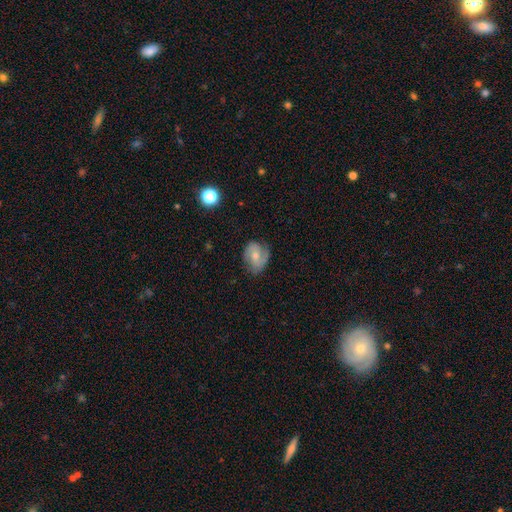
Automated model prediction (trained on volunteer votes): smooth_or_featured: featured or disk (p=0.56) [alt: smooth p=0.37]
disk_edge_on: no (p=0.97) [alt: yes p=0.03]
bar: no (p=0.52) [alt: weak p=0.39]
has_spiral_arms: yes (p=0.85) [alt: no p=0.15]
bulge_size: moderate (p=0.56) [alt: small p=0.34]
merging: none (p=0.69) [alt: minor disturbance p=0.22]